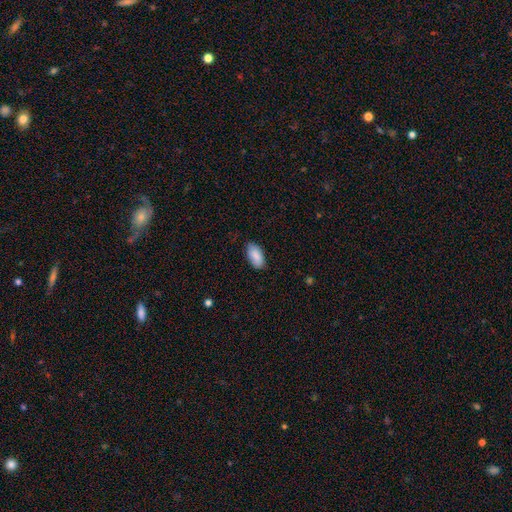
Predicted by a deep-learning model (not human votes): Morphology: type=smooth (88%); roundness=in between (94%); merging=none (82%).